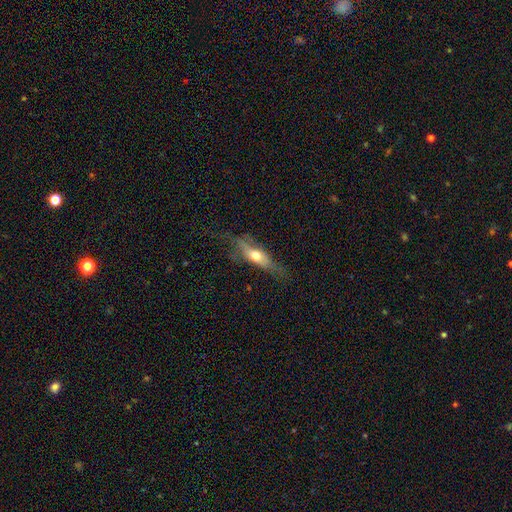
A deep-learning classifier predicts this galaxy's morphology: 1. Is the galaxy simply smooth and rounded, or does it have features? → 49% smooth, 44% featured or disk, 7% star or artifact.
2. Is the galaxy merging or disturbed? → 52% none, 27% minor disturbance, 19% major disturbance, 2% merger.